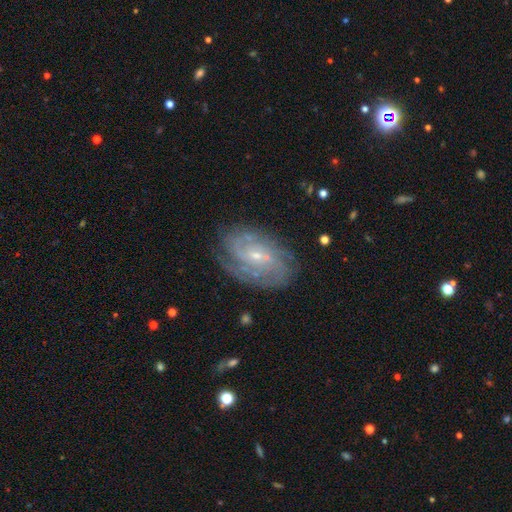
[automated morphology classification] smooth-or-featured: featured or disk: 82% | smooth: 10% | star or artifact: 7%
  disk-edge-on: no: 96% | yes: 4%
    bar: no: 50% | weak: 40% | strong: 10%
    has-spiral-arms: yes: 94% | no: 6%
      spiral-winding: tight: 63% | medium: 29% | loose: 8%
      spiral-arm-count: can't tell: 37% | 2: 20% | 3: 16% | 4: 13% | more than 4: 7% | 1: 6%
    bulge-size: small: 77% | moderate: 19% | none: 2% | large: 1% | dominant: 1%
  merging: none: 77% | minor disturbance: 16% | major disturbance: 5% | merger: 2%